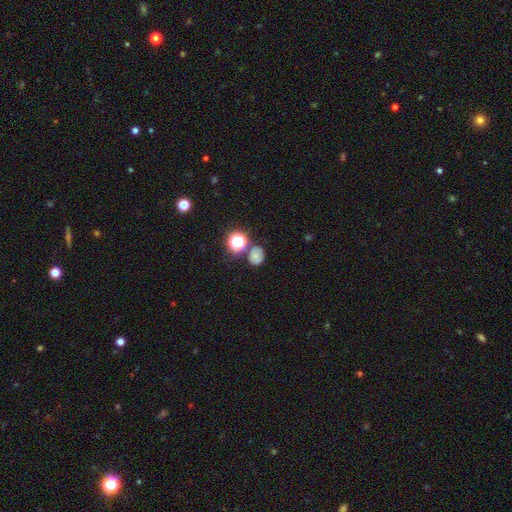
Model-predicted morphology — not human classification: smooth 67%, star or artifact 23%, featured or disk 10%. Down the decision tree: how rounded — round (66%); merging — none (68%).